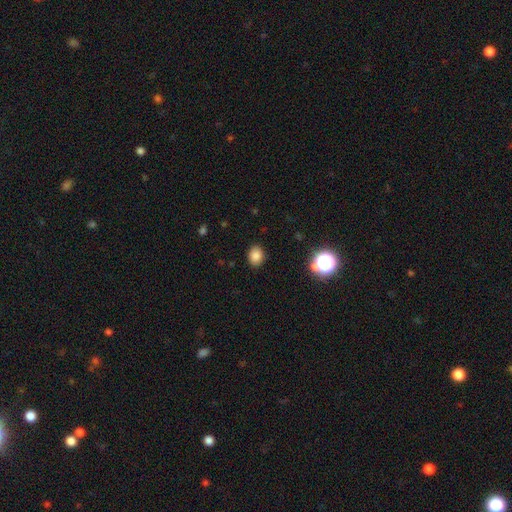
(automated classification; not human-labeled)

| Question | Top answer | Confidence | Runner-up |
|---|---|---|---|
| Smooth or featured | smooth | 82% | star or artifact (13%) |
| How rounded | in between | 53% | round (46%) |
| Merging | none | 88% | minor disturbance (8%) |